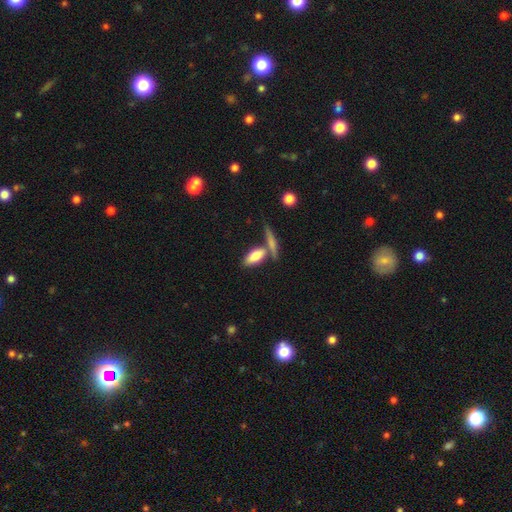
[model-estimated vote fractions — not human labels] smooth_or_featured: smooth (p=0.74) [alt: featured or disk p=0.19]
how_rounded: in between (p=0.77) [alt: cigar-shaped p=0.19]
merging: none (p=0.53) [alt: merger p=0.30]